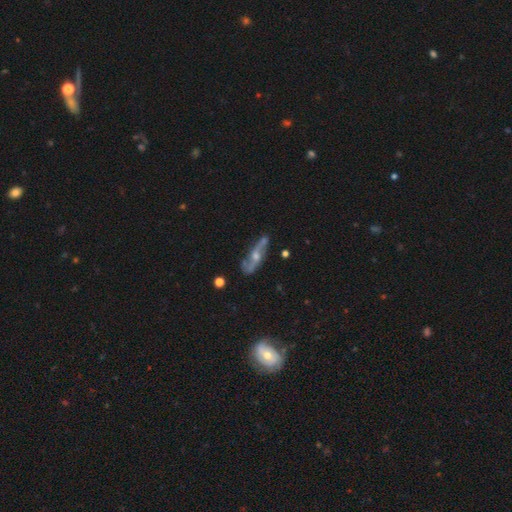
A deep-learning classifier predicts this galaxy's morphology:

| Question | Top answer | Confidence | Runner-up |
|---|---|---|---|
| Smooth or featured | featured or disk | 78% | smooth (15%) |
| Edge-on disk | no | 71% | yes (29%) |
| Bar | no | 59% | weak (30%) |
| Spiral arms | yes | 86% | no (14%) |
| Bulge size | moderate | 54% | small (37%) |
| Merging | none | 66% | minor disturbance (21%) |